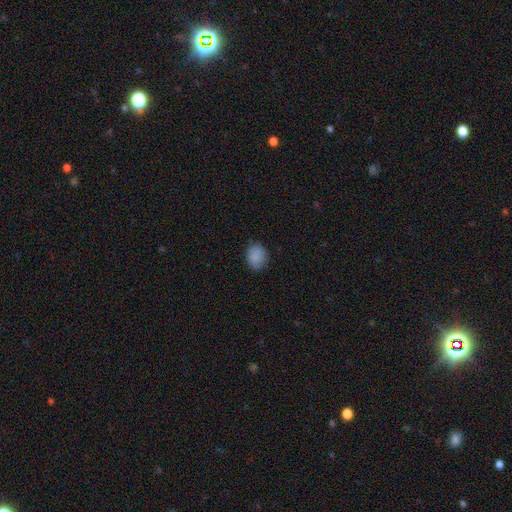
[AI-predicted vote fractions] The model was most divided on "how rounded": round: 50%, in between: 49%, cigar-shaped: 1%. More confident: smooth or featured — smooth (88%); merging — none (81%).